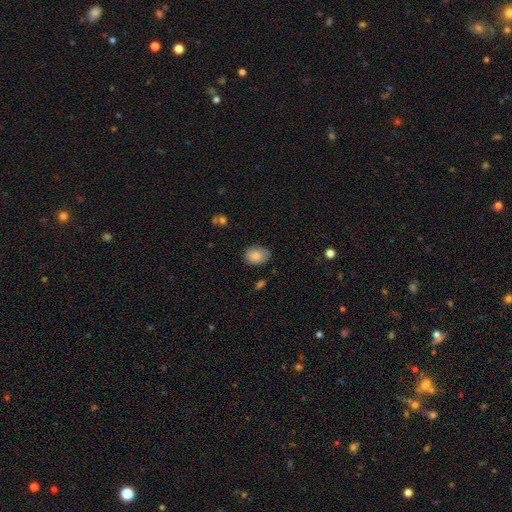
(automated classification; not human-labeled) Morphology: type=smooth (82%); roundness=in between (74%); merging=none (74%).